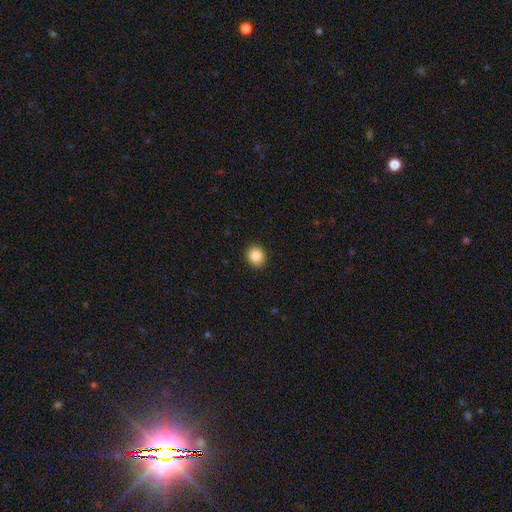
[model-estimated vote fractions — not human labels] smooth 86%, star or artifact 9%, featured or disk 5%. Down the decision tree: how rounded — round (75%); merging — none (91%).